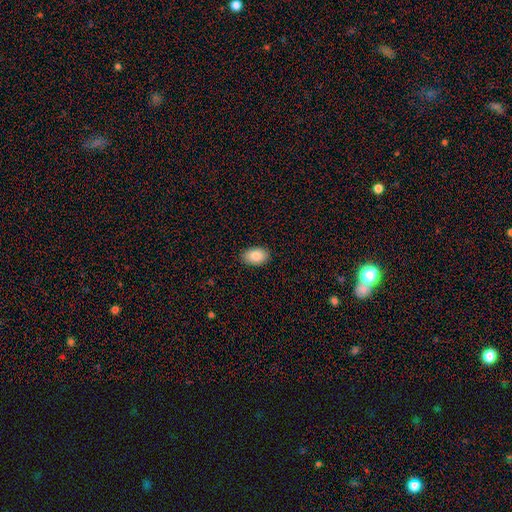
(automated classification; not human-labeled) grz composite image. It shows a smooth galaxy with no disk features (87%) that is in between round and cigar-shaped (90%). Merging: none (89%).